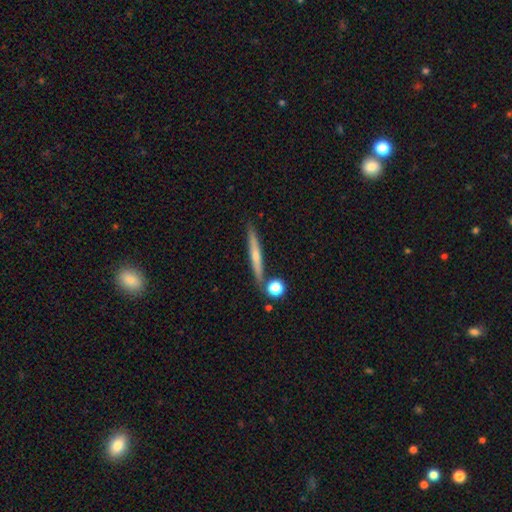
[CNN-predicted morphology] Smooth or featured: featured or disk — 48% (smooth — 45%)
Merging: none — 82% (minor disturbance — 9%)